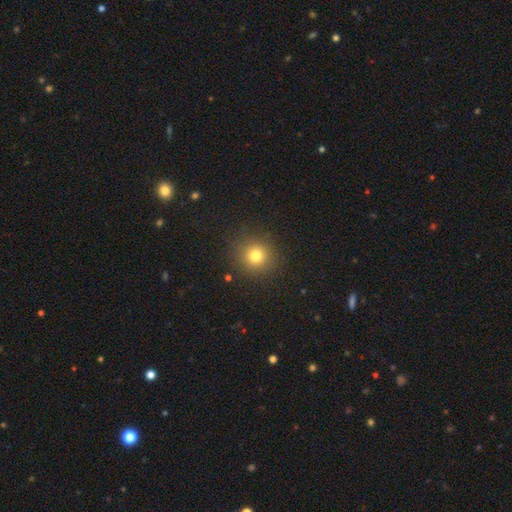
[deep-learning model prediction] smooth 77%, star or artifact 16%, featured or disk 7%. Down the decision tree: how rounded — round (92%); merging — none (90%).